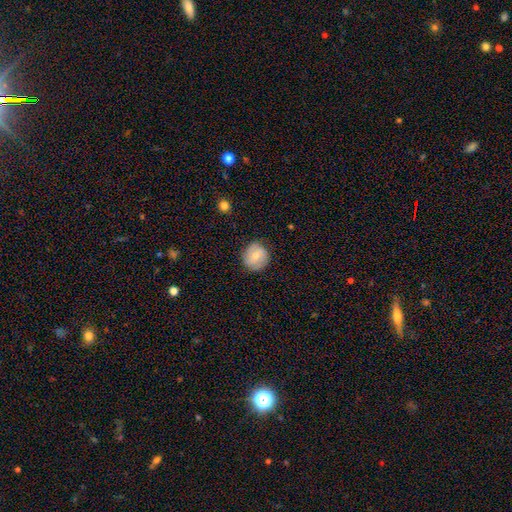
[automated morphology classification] smooth_or_featured: smooth (p=0.56) [alt: featured or disk p=0.37]
how_rounded: round (p=0.89) [alt: in between p=0.10]
merging: none (p=0.82) [alt: minor disturbance p=0.14]